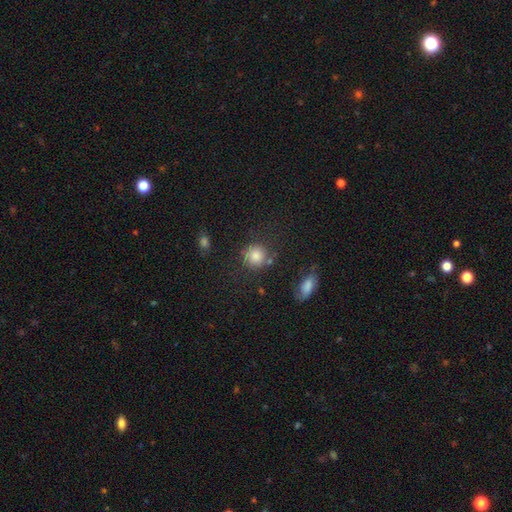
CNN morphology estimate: smooth 80%, star or artifact 11%, featured or disk 9%. Down the decision tree: how rounded — round (88%); merging — none (71%).